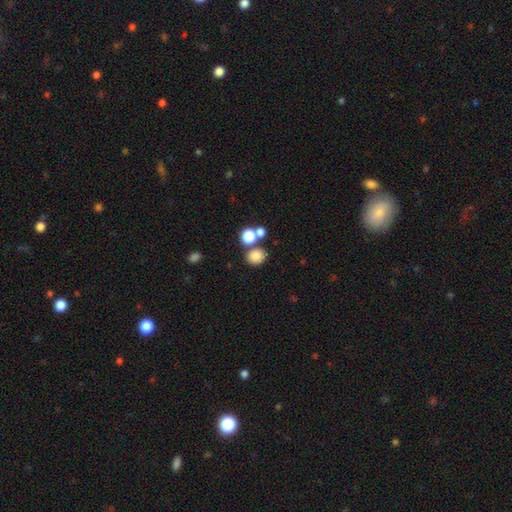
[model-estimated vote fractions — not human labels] Morphology: type=smooth (81%); roundness=round (67%); merging=none (64%).